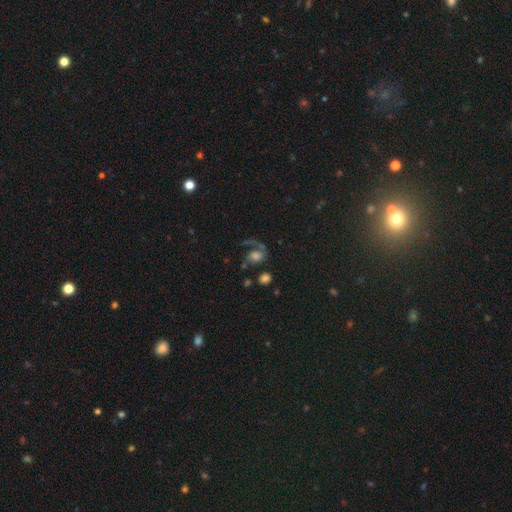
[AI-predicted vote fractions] The model was most divided on "merging" (2-way tie): none: 36%, major disturbance: 36%, minor disturbance: 14%, merger: 13%. Remaining: smooth or featured — featured or disk (50%).